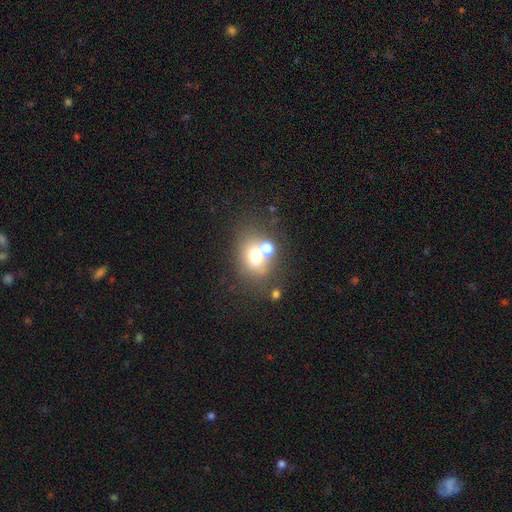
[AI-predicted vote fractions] Q: Smooth or featured?
A: smooth (64%); runner-up: featured or disk (20%)
Q: How rounded?
A: round (57%); runner-up: in between (42%)
Q: Merging?
A: none (48%); runner-up: merger (35%)